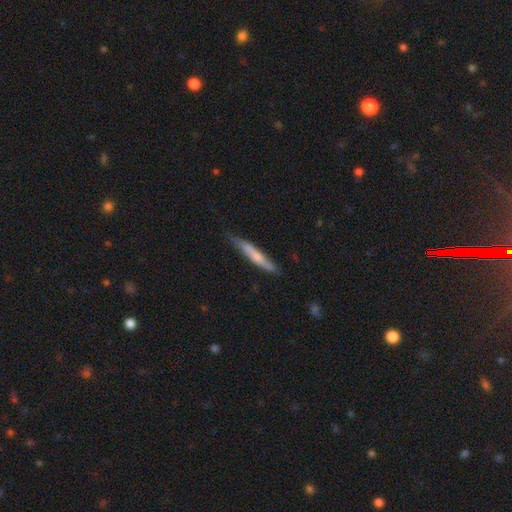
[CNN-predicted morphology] The model was most divided on "smooth or featured": smooth: 59%, featured or disk: 35%, star or artifact: 5%. More confident: how rounded — cigar-shaped (93%); merging — none (72%).